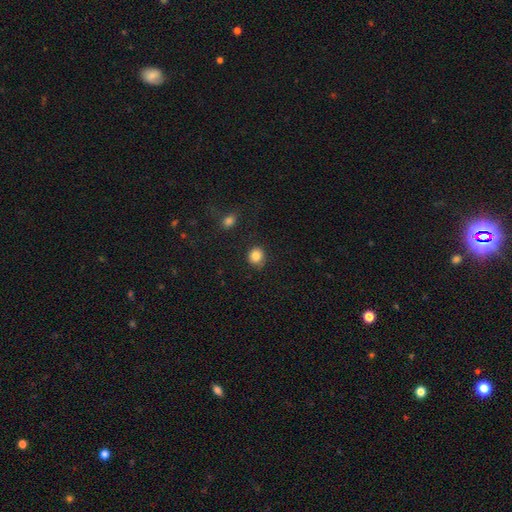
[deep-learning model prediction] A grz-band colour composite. It shows a smooth galaxy with no disk features (84%) that is round (81%). Merging: none (78%).